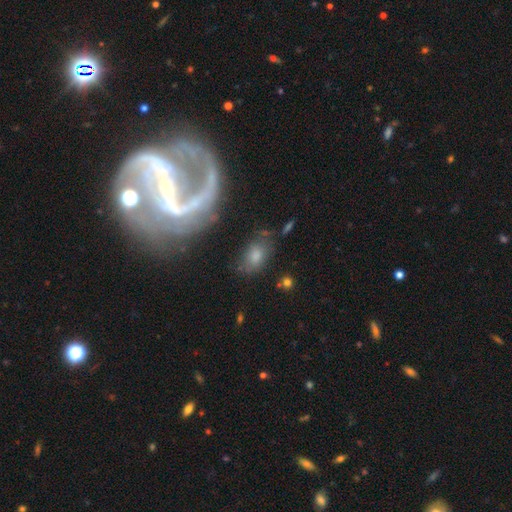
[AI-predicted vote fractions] This is likely a smooth galaxy (74%). How rounded: clearly in between (84%). Merging: likely none (65%).